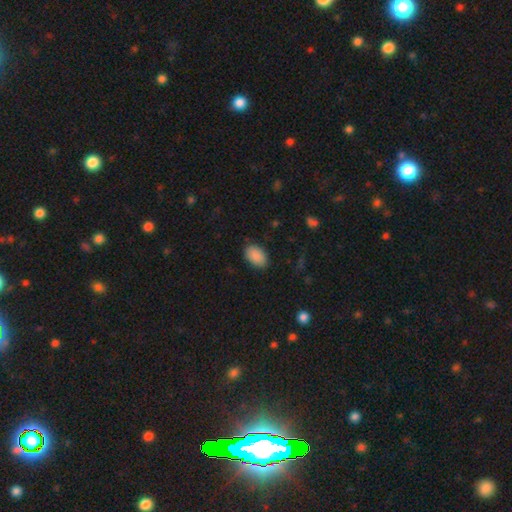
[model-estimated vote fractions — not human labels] Smooth or featured: smooth — 89% (star or artifact — 7%)
How rounded: in between — 89% (round — 10%)
Merging: none — 85% (minor disturbance — 11%)